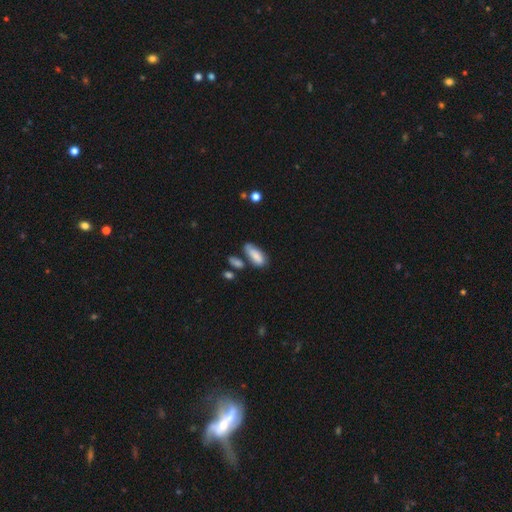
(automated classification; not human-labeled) smooth_or_featured: smooth (p=0.78) [alt: featured or disk p=0.15]
how_rounded: in between (p=0.77) [alt: cigar-shaped p=0.21]
merging: none (p=0.48) [alt: minor disturbance p=0.27]